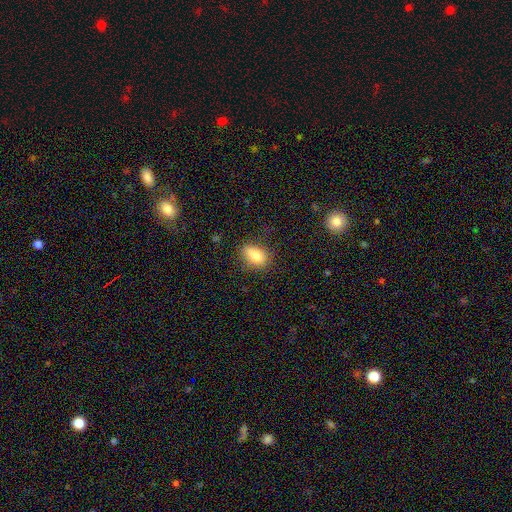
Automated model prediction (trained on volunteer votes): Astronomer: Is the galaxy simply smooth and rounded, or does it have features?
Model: smooth — 80%.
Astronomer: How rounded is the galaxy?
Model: in between — 82%.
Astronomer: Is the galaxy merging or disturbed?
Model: none — 61%.